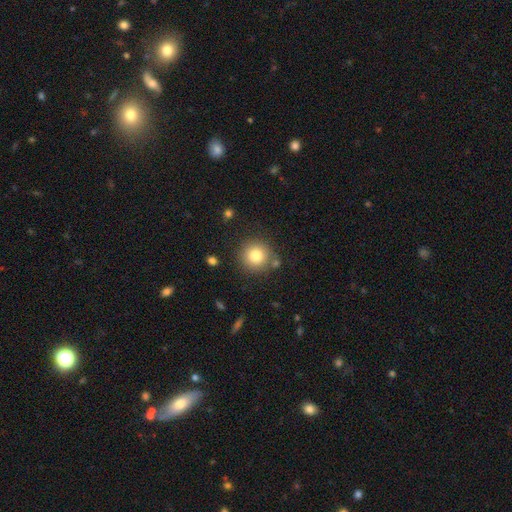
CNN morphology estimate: Smooth or featured? Predicted: smooth (p=0.80). How rounded? Predicted: round (p=0.94). Merging? Predicted: none (p=0.82).